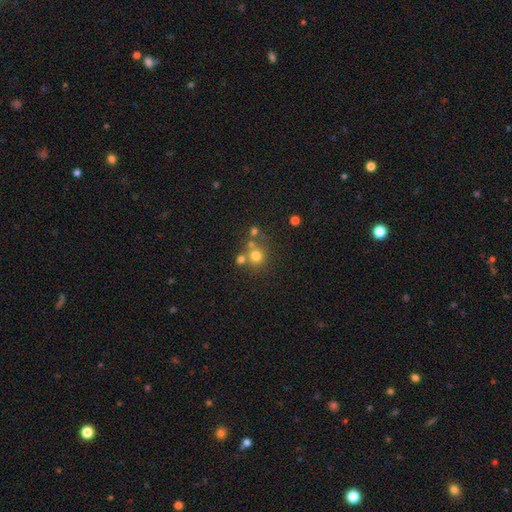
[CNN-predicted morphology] Smooth or featured? Predicted: smooth (p=0.71). How rounded? Predicted: round (p=0.89). Merging? Predicted: none (p=0.61).